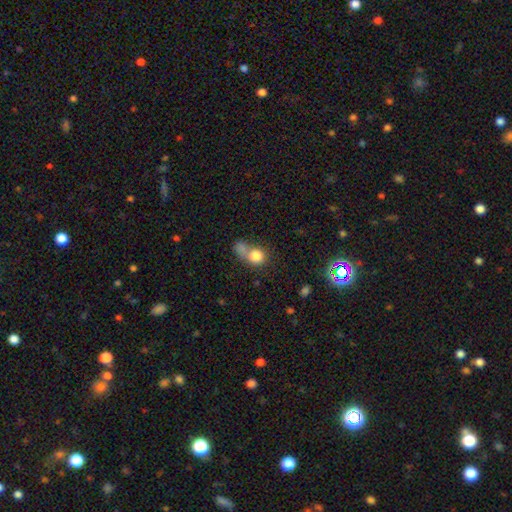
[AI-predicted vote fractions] A smooth galaxy with no disk features (78%) that is round (69%). Merging: merger (53%).